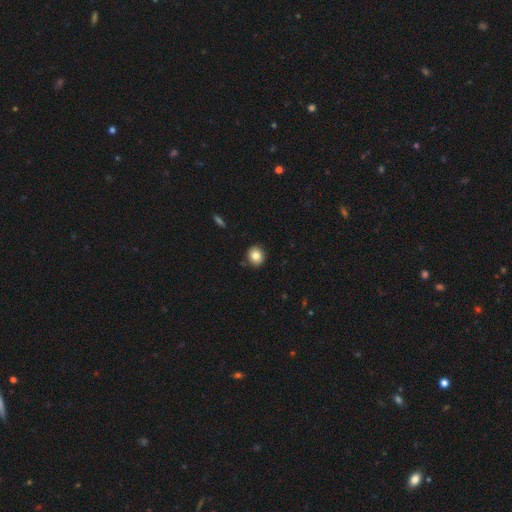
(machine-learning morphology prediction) Smooth or featured?
  - smooth: 83% *
  - star or artifact: 10%
  - featured or disk: 8%
How rounded?
  - round: 84% *
  - in between: 15%
  - cigar-shaped: 1%
Merging?
  - none: 87% *
  - minor disturbance: 9%
  - major disturbance: 2%
  - merger: 2%